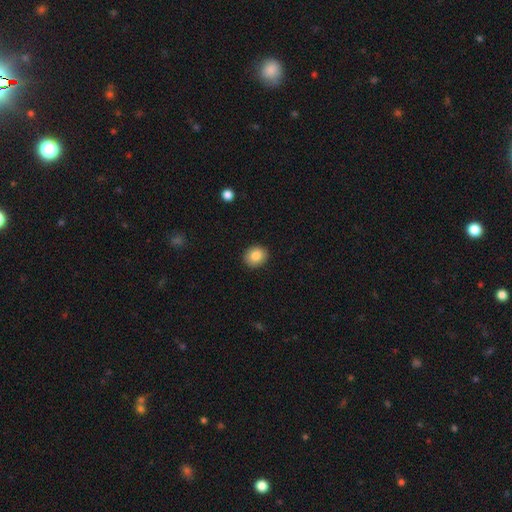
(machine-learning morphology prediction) Overall: smooth (84%). How rounded: round (70%). Merging: none (90%).